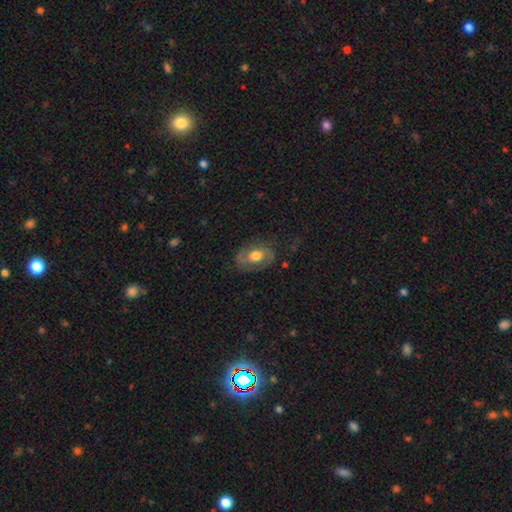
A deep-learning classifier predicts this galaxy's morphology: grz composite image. It shows a smooth galaxy with no disk features (47%). Merging: none (67%).